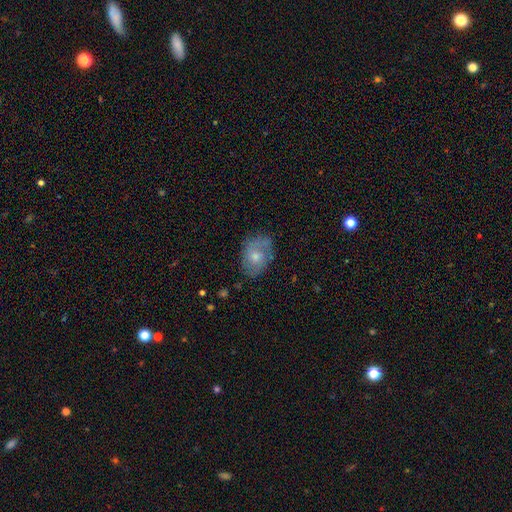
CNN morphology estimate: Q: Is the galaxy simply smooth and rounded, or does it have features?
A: smooth — 48%.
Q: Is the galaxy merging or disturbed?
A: none — 65%.